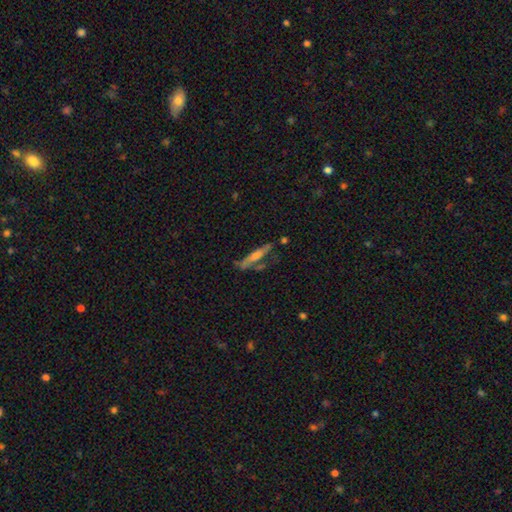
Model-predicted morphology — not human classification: smooth-or-featured: featured or disk: 53% | smooth: 37% | star or artifact: 9%
  disk-edge-on: yes: 79% | no: 21%
  merging: none: 57% | minor disturbance: 21% | major disturbance: 12% | merger: 10%